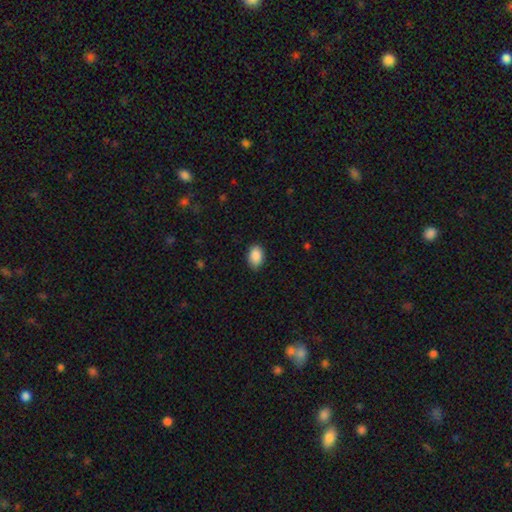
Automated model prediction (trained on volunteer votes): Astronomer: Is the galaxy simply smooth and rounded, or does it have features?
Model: smooth — 90%.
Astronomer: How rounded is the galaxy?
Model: in between — 85%.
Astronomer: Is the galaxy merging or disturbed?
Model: none — 86%.